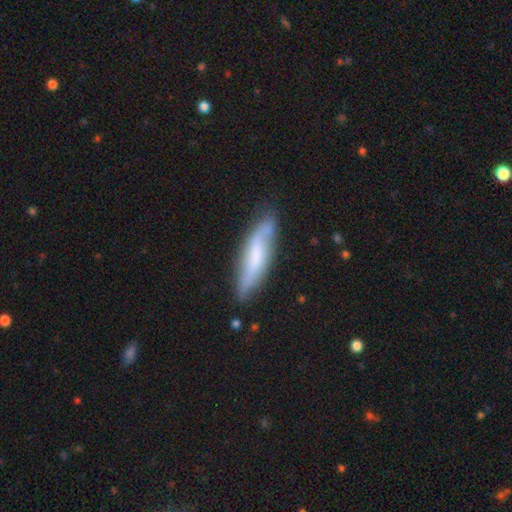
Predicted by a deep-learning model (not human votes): Smooth or featured: smooth — 48% (featured or disk — 46%)
Merging: none — 74% (minor disturbance — 19%)